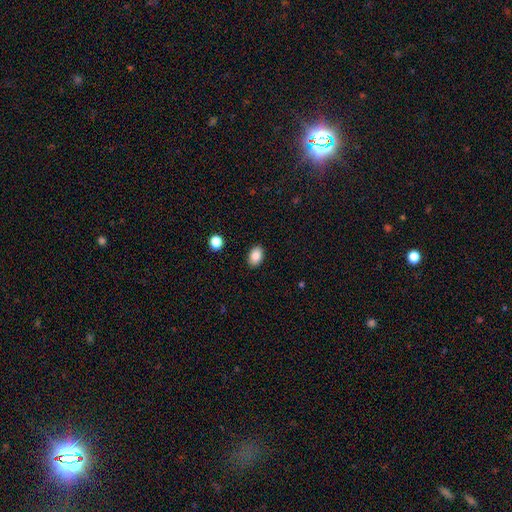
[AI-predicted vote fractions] Q: Smooth or featured?
A: smooth (86%); runner-up: star or artifact (8%)
Q: How rounded?
A: in between (85%); runner-up: round (14%)
Q: Merging?
A: none (89%); runner-up: minor disturbance (8%)